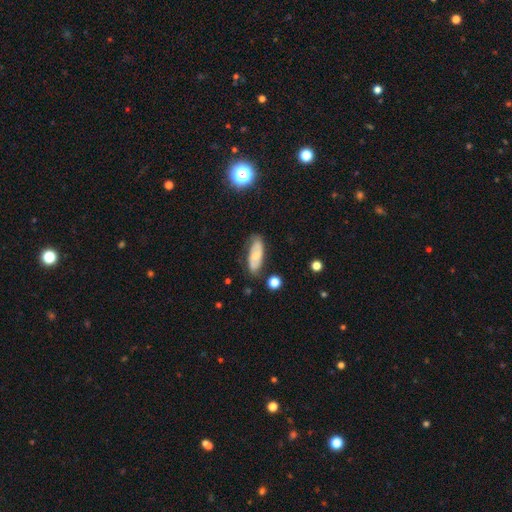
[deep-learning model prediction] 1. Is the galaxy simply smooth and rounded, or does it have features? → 50% smooth, 42% featured or disk, 8% star or artifact.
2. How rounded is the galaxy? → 69% in between, 28% cigar-shaped, 3% round.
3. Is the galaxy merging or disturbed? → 72% none, 20% minor disturbance, 5% major disturbance, 3% merger.